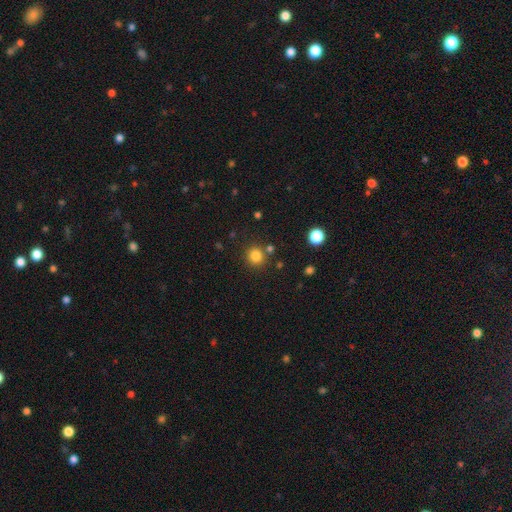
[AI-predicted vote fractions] smooth_or_featured: smooth (p=0.82) [alt: star or artifact p=0.13]
how_rounded: round (p=0.92) [alt: in between p=0.07]
merging: none (p=0.82) [alt: minor disturbance p=0.08]